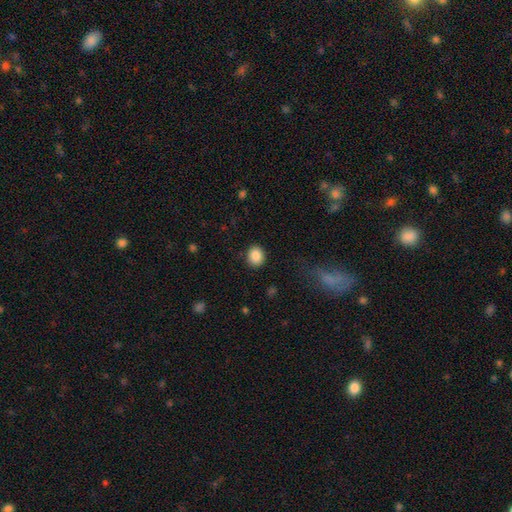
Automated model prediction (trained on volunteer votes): smooth 87%, star or artifact 9%, featured or disk 4%. Down the decision tree: how rounded — round (67%); merging — none (89%).